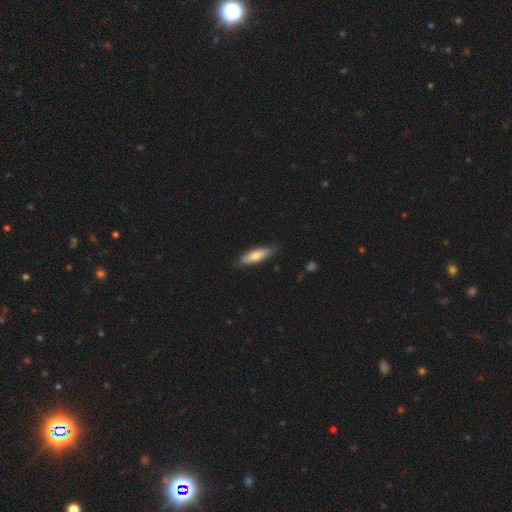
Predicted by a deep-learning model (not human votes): A smooth galaxy with no disk features (76%) that is cigar-shaped (51%). Merging: none (82%).